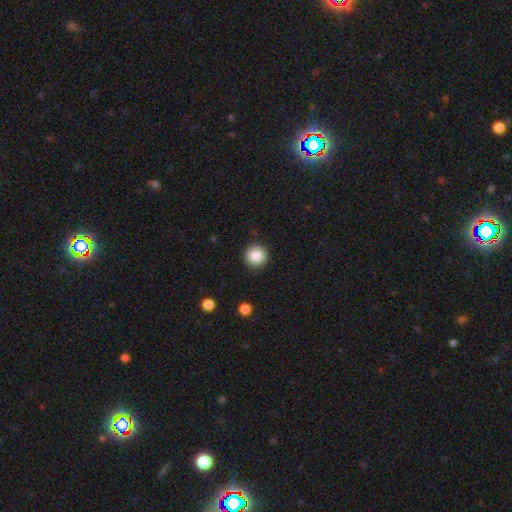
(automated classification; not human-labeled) The model was most divided on "smooth or featured": smooth: 87%, star or artifact: 9%, featured or disk: 4%. More confident: how rounded — round (96%); merging — none (92%).